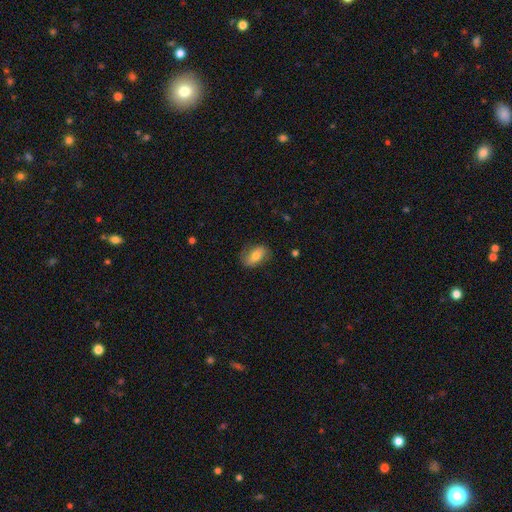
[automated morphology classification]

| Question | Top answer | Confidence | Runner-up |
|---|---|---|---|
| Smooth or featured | smooth | 66% | featured or disk (27%) |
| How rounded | in between | 86% | round (10%) |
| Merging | none | 77% | minor disturbance (17%) |